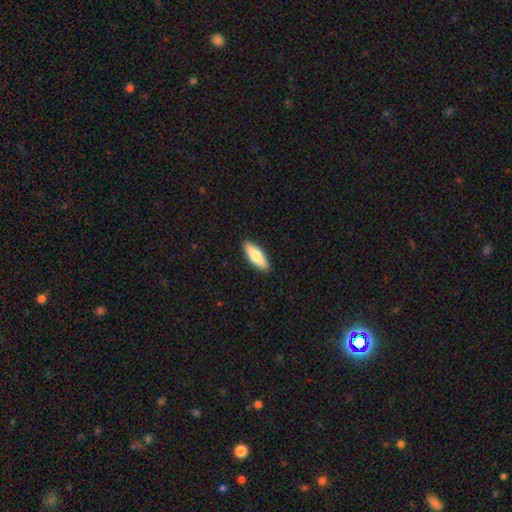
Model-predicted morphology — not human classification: Smooth or featured? Predicted: smooth (p=0.76). How rounded? Predicted: in between (p=0.61). Merging? Predicted: none (p=0.91).